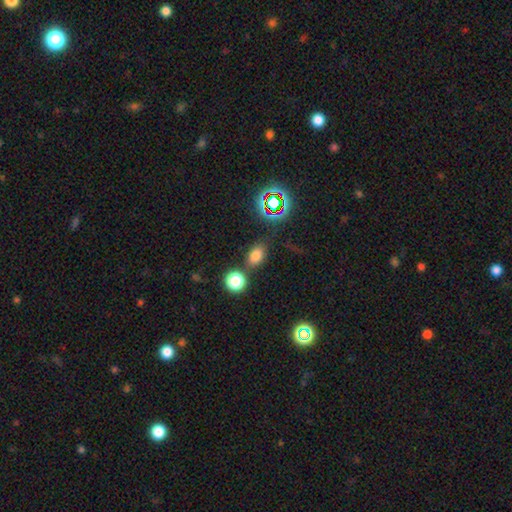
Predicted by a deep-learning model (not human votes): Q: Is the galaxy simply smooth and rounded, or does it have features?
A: smooth — 74%.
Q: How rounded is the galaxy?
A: in between — 76%.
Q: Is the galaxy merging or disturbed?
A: none — 74%.